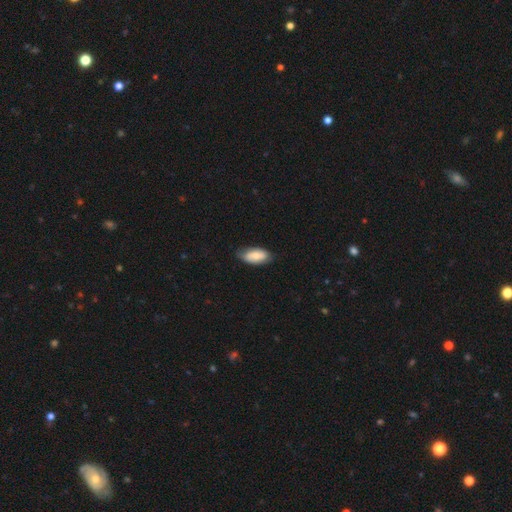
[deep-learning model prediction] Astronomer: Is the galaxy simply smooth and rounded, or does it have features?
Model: smooth — 70%.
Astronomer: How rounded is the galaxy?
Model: in between — 93%.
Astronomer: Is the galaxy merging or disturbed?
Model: none — 73%.